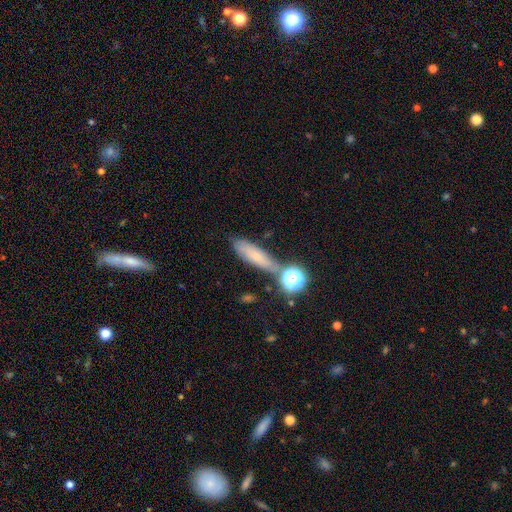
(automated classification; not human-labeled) Smooth or featured? smooth (62%)
How rounded? cigar-shaped (56%)
Merging? none (66%)